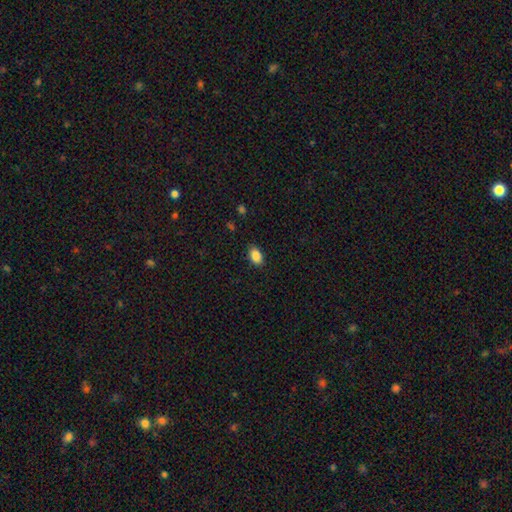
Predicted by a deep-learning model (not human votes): Smooth or featured? Predicted: smooth (p=0.88). How rounded? Predicted: in between (p=0.88). Merging? Predicted: none (p=0.87).